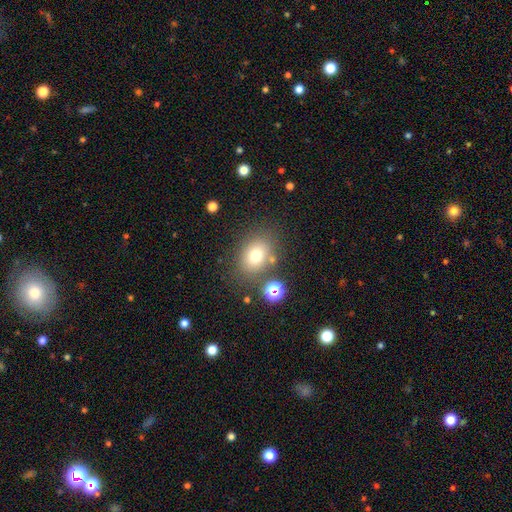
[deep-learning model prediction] smooth_or_featured: smooth (p=0.75) [alt: star or artifact p=0.14]
how_rounded: in between (p=0.61) [alt: round p=0.38]
merging: none (p=0.75) [alt: minor disturbance p=0.12]